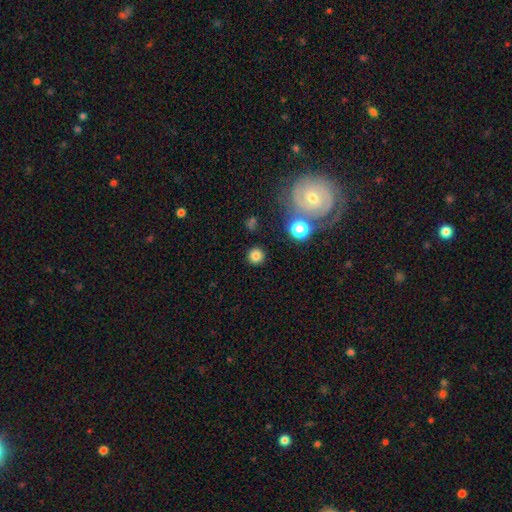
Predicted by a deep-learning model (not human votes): Smooth or featured?
  - smooth: 79% *
  - star or artifact: 15%
  - featured or disk: 6%
How rounded?
  - round: 94% *
  - in between: 5%
  - cigar-shaped: 1%
Merging?
  - none: 89% *
  - minor disturbance: 6%
  - major disturbance: 3%
  - merger: 2%